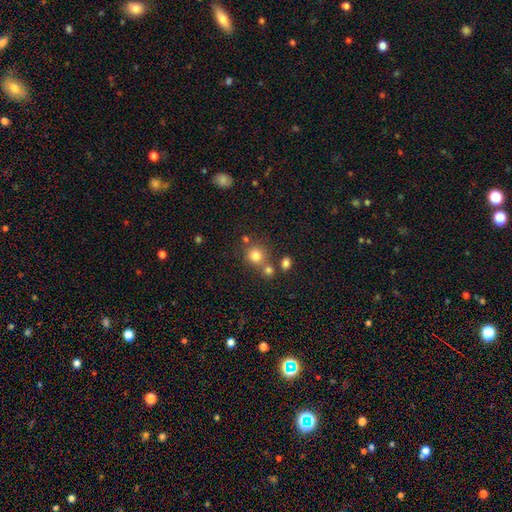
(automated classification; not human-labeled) Morphology: type=smooth (79%); roundness=round (86%); merging=none (63%).